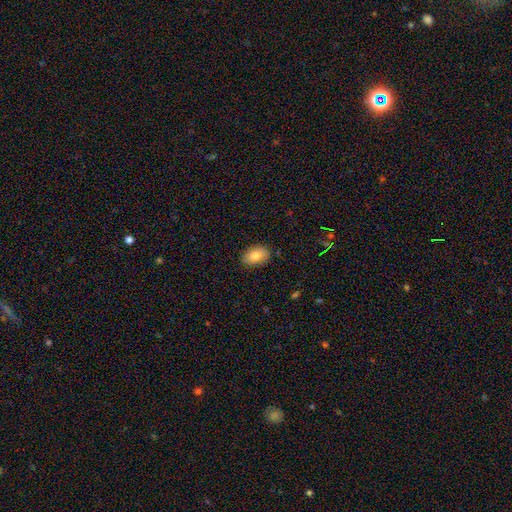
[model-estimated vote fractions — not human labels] This is clearly a smooth galaxy (82%). How rounded: clearly in between (87%). Merging: clearly none (86%).